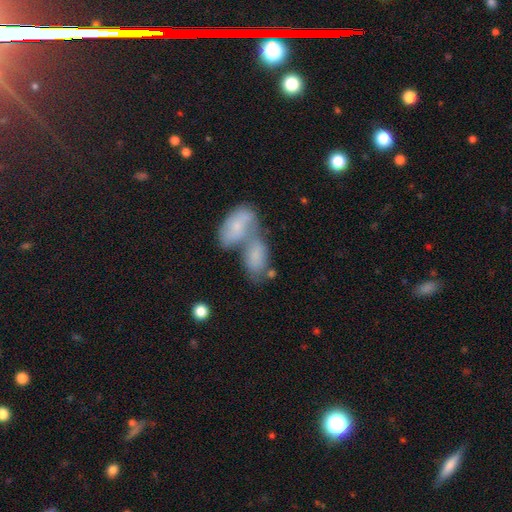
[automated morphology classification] Q: Smooth or featured?
A: smooth (66%); runner-up: featured or disk (26%)
Q: How rounded?
A: in between (91%); runner-up: round (6%)
Q: Merging?
A: merger (69%); runner-up: none (17%)